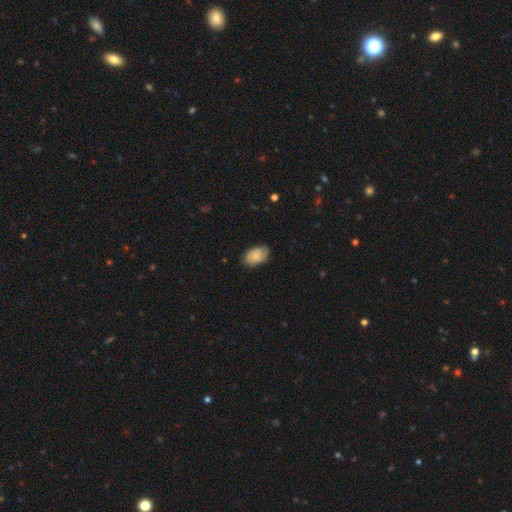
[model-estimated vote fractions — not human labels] This appears to be a smooth galaxy with no disk features (60%) that is in between round and cigar-shaped (88%). Merging: none (69%).